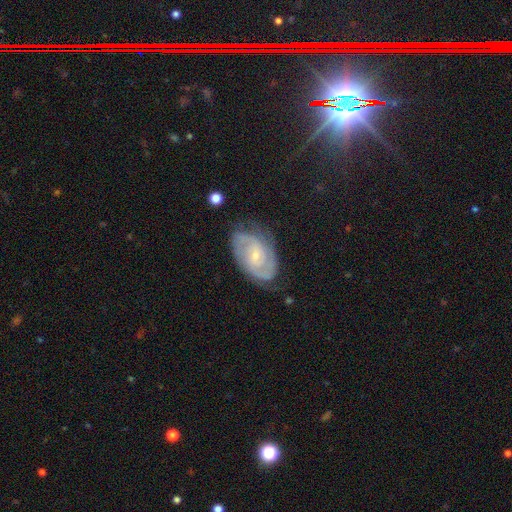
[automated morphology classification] Q: Smooth or featured?
A: featured or disk (84%); runner-up: smooth (10%)
Q: Edge-on disk?
A: no (97%); runner-up: yes (3%)
Q: Bar?
A: no (47%); runner-up: weak (44%)
Q: Spiral arms?
A: yes (96%); runner-up: no (4%)
Q: Spiral winding?
A: tight (51%); runner-up: medium (40%)
Q: Spiral arm count?
A: 2 (63%); runner-up: can't tell (15%)
Q: Bulge size?
A: small (71%); runner-up: moderate (23%)
Q: Merging?
A: none (71%); runner-up: minor disturbance (20%)